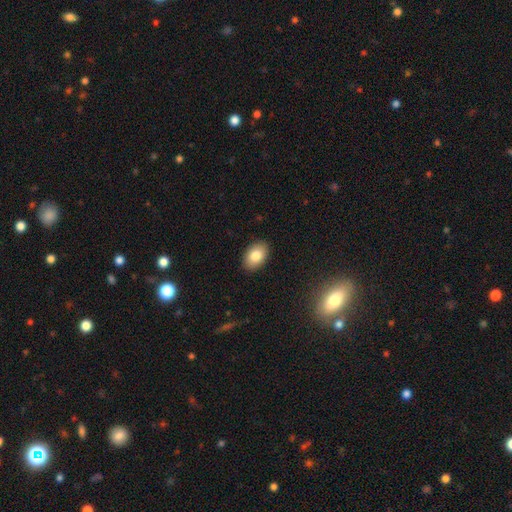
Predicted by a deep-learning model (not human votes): Smooth or featured: smooth — 83% (featured or disk — 10%)
How rounded: in between — 88% (round — 11%)
Merging: none — 90% (minor disturbance — 8%)